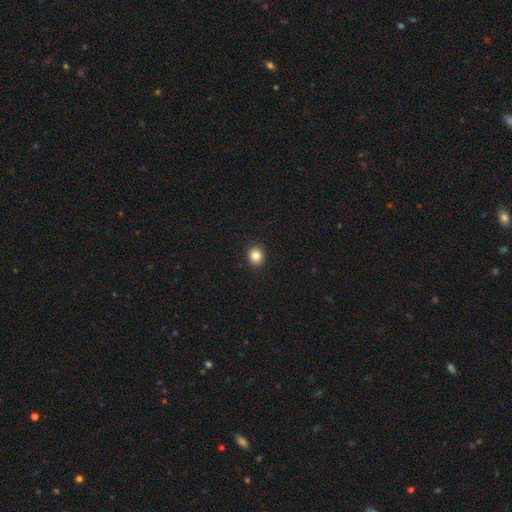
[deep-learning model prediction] The model was most divided on "how rounded": round: 86%, in between: 13%, cigar-shaped: 1%. More confident: merging — none (93%); smooth or featured — smooth (85%).